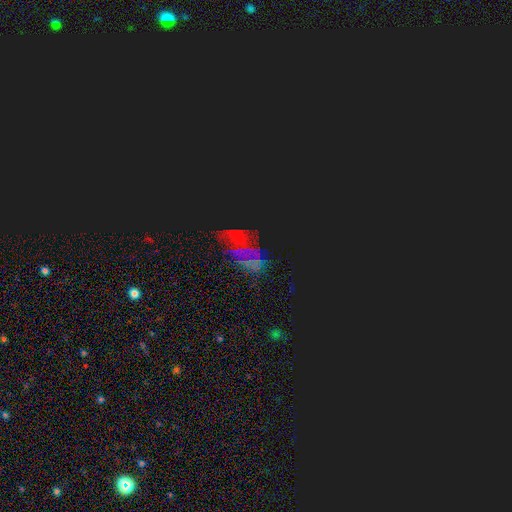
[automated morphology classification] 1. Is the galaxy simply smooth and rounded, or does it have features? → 67% star or artifact, 17% featured or disk, 16% smooth.